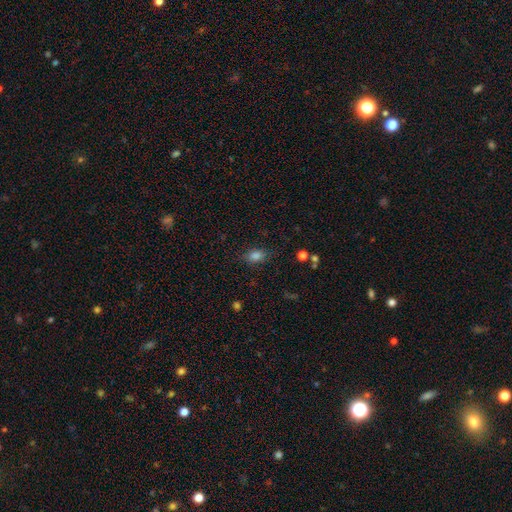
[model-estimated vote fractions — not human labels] smooth_or_featured: smooth (p=0.79) [alt: star or artifact p=0.12]
how_rounded: in between (p=0.80) [alt: round p=0.14]
merging: none (p=0.79) [alt: minor disturbance p=0.15]